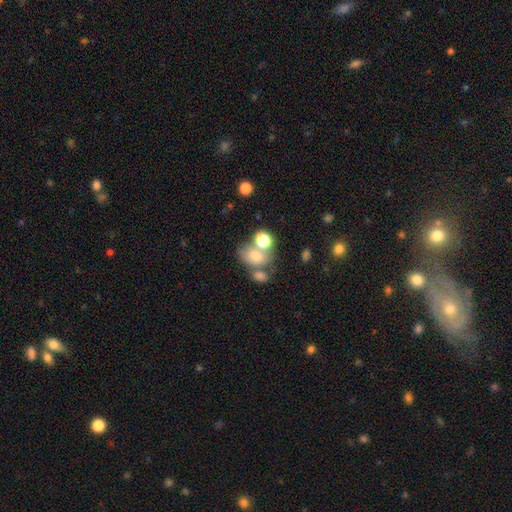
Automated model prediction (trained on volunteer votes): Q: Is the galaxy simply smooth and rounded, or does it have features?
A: smooth — 69%.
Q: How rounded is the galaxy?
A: in between — 59%.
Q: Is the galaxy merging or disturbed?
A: merger — 42%.